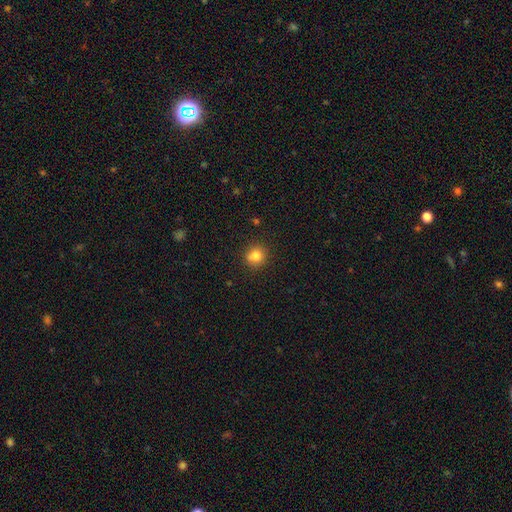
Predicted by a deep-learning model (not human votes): Smooth or featured? Predicted: smooth (p=0.82). How rounded? Predicted: round (p=0.85). Merging? Predicted: none (p=0.83).